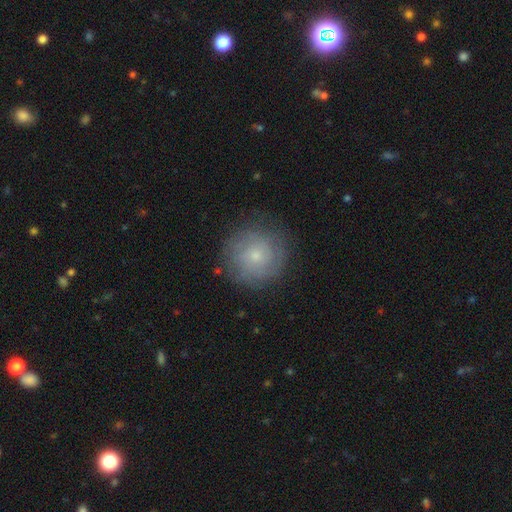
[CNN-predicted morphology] smooth_or_featured: smooth (p=0.51) [alt: featured or disk p=0.41]
how_rounded: round (p=0.93) [alt: in between p=0.06]
merging: none (p=0.80) [alt: minor disturbance p=0.14]